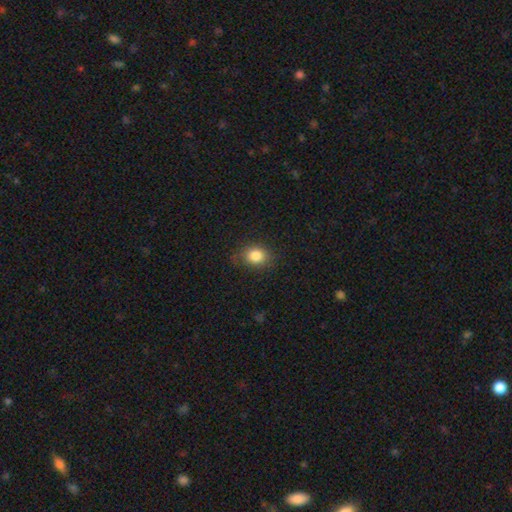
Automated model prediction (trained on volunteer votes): Smooth or featured?
  - smooth: 84% *
  - star or artifact: 10%
  - featured or disk: 6%
How rounded?
  - round: 56% *
  - in between: 43%
  - cigar-shaped: 1%
Merging?
  - none: 76% *
  - minor disturbance: 18%
  - major disturbance: 5%
  - merger: 1%